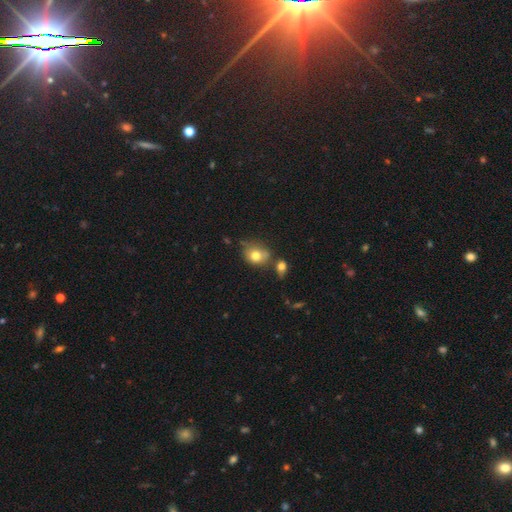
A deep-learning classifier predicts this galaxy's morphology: Q: Smooth or featured?
A: smooth (77%); runner-up: featured or disk (13%)
Q: How rounded?
A: round (51%); runner-up: in between (48%)
Q: Merging?
A: none (49%); runner-up: minor disturbance (23%)